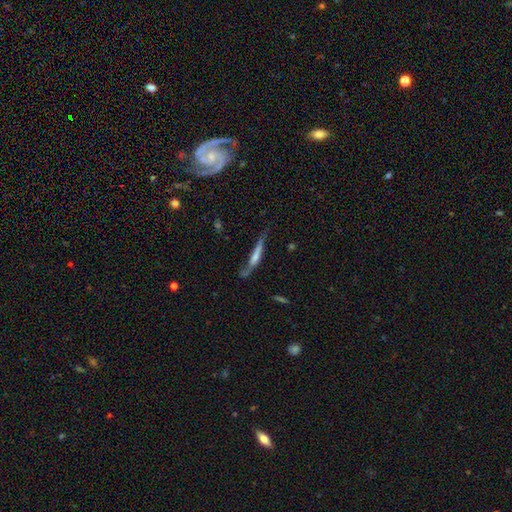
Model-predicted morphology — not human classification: Smooth or featured? Predicted: smooth (p=0.48). Merging? Predicted: none (p=0.44).